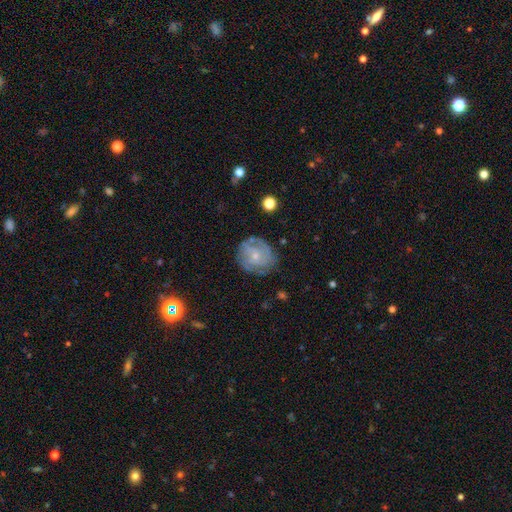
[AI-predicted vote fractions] Q: Smooth or featured?
A: featured or disk (66%); runner-up: smooth (27%)
Q: Edge-on disk?
A: no (97%); runner-up: yes (3%)
Q: Bar?
A: no (73%); runner-up: weak (24%)
Q: Spiral arms?
A: yes (79%); runner-up: no (21%)
Q: Spiral winding?
A: tight (55%); runner-up: medium (33%)
Q: Spiral arm count?
A: can't tell (44%); runner-up: 2 (23%)
Q: Bulge size?
A: small (72%); runner-up: moderate (22%)
Q: Merging?
A: none (70%); runner-up: minor disturbance (20%)